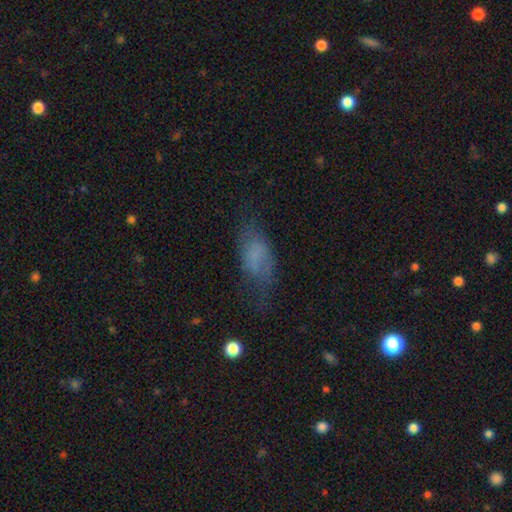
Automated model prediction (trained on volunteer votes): A smooth galaxy with no disk features (60%) that is in between round and cigar-shaped (82%).

Vote fractions:
- Smooth or featured? smooth: 60% / featured or disk: 28% / star or artifact: 12%
- How rounded? in between: 82% / cigar-shaped: 13% / round: 5%
- Merging? none: 49% / minor disturbance: 26% / major disturbance: 22% / merger: 3%